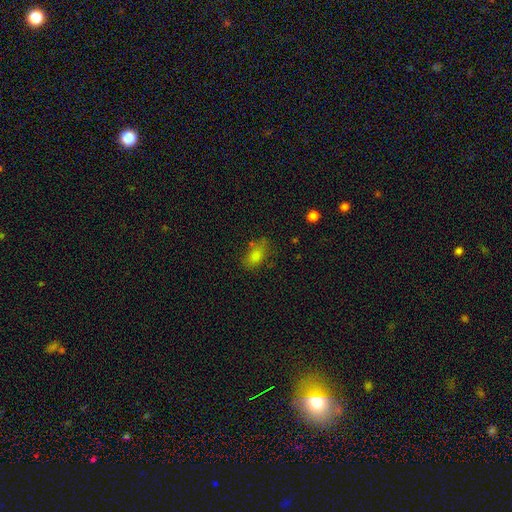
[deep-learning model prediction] Morphology: type=smooth (75%); roundness=in between (80%); merging=none (65%).